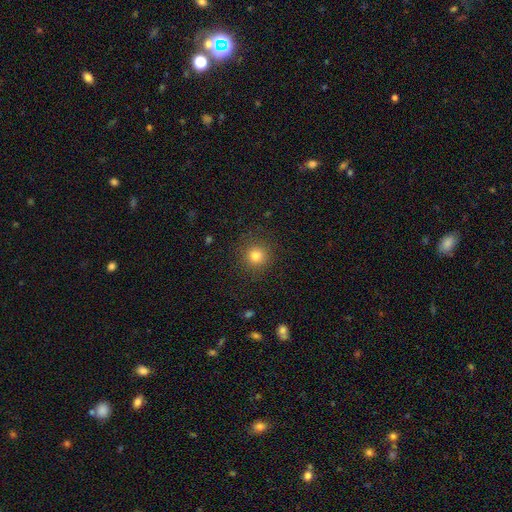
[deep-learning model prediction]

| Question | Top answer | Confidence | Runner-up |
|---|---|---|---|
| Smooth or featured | smooth | 80% | star or artifact (14%) |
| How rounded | round | 93% | in between (6%) |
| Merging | none | 89% | minor disturbance (7%) |